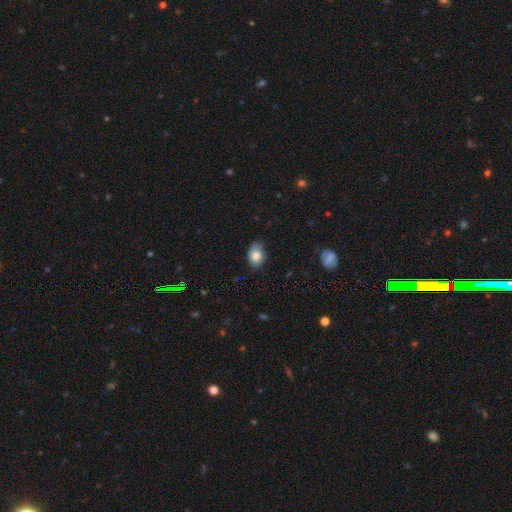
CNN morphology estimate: This is clearly a smooth galaxy (82%). How rounded: likely in between (80%). Merging: likely none (69%).